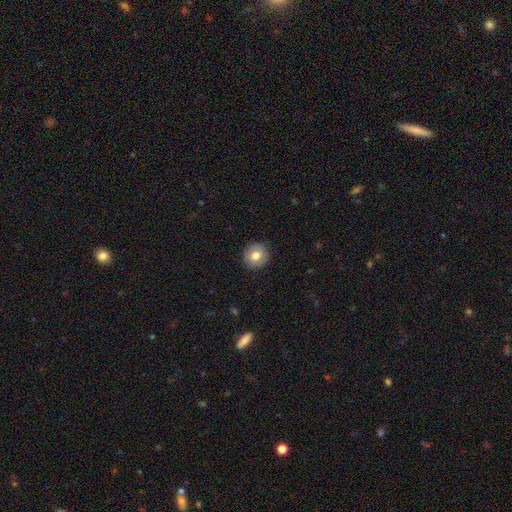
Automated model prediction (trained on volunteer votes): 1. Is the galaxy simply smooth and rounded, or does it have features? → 78% smooth, 14% featured or disk, 8% star or artifact.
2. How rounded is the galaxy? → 92% round, 7% in between, 1% cigar-shaped.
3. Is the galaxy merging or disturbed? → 91% none, 6% minor disturbance, 2% major disturbance, 1% merger.